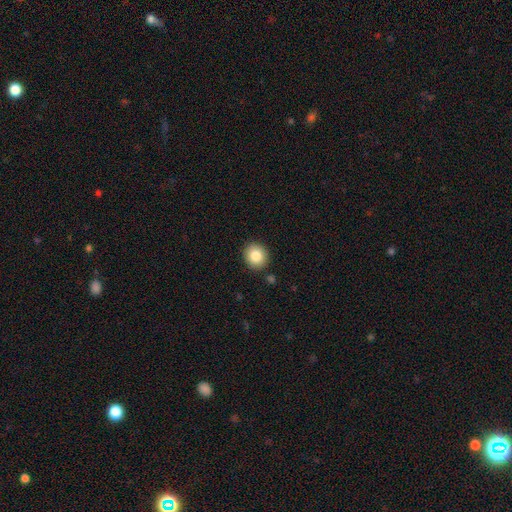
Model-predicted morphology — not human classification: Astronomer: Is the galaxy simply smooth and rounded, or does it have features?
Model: smooth — 84%.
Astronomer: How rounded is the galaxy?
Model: round — 83%.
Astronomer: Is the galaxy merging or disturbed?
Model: none — 89%.